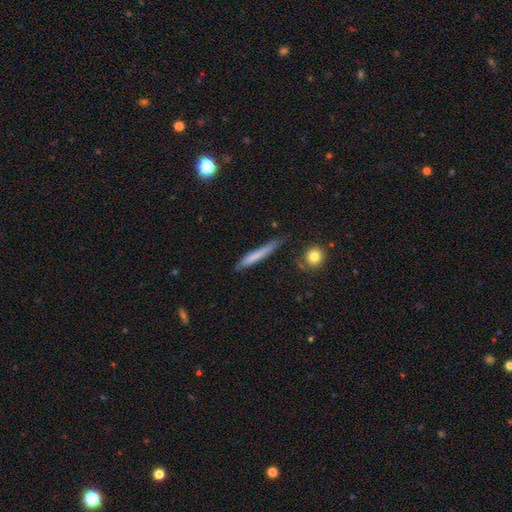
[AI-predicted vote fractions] This is likely a smooth galaxy (67%). How rounded: clearly cigar-shaped (95%). Merging: likely none (72%).